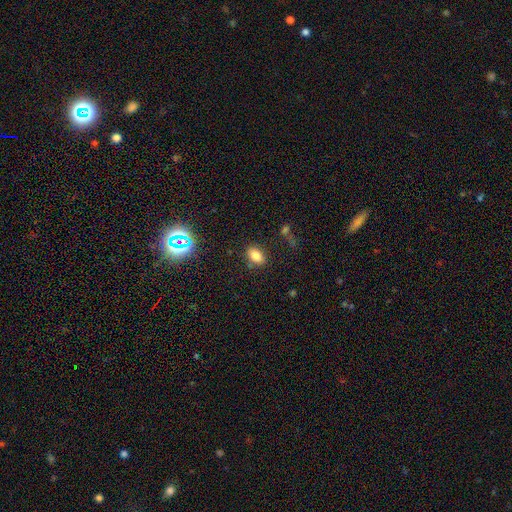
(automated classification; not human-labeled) Smooth or featured: smooth — 78% (star or artifact — 14%)
How rounded: in between — 86% (round — 12%)
Merging: none — 82% (minor disturbance — 11%)